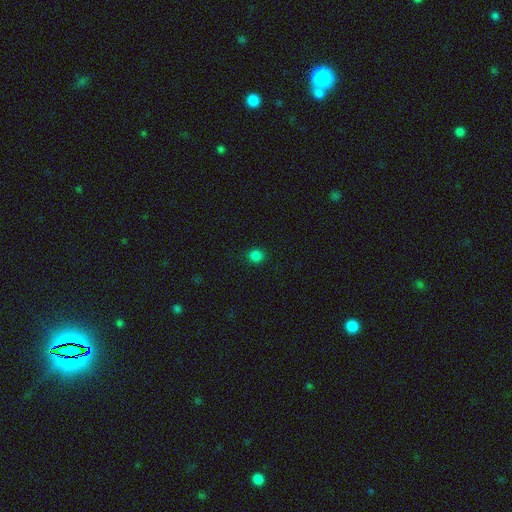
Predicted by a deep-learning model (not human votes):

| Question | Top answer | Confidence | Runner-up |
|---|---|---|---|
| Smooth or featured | smooth | 83% | star or artifact (14%) |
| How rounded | round | 88% | in between (11%) |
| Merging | none | 91% | minor disturbance (6%) |